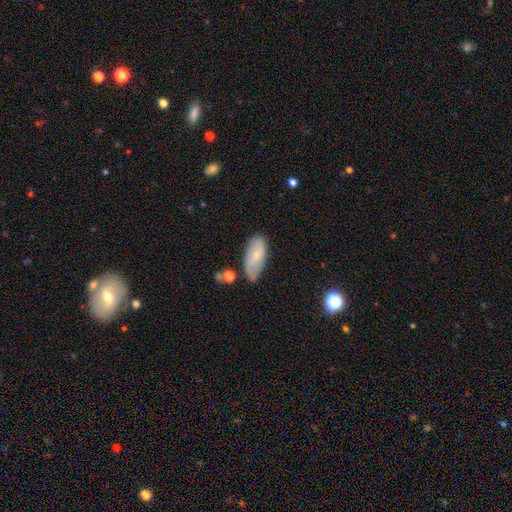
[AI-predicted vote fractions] A smooth galaxy with no disk features (70%) that is in between round and cigar-shaped (86%). Merging: none (62%).